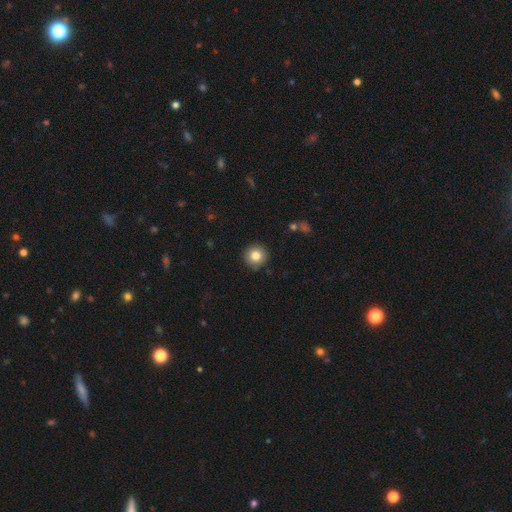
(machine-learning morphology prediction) This appears to be a smooth galaxy with no disk features (82%) that is round (95%). Merging: none (91%).